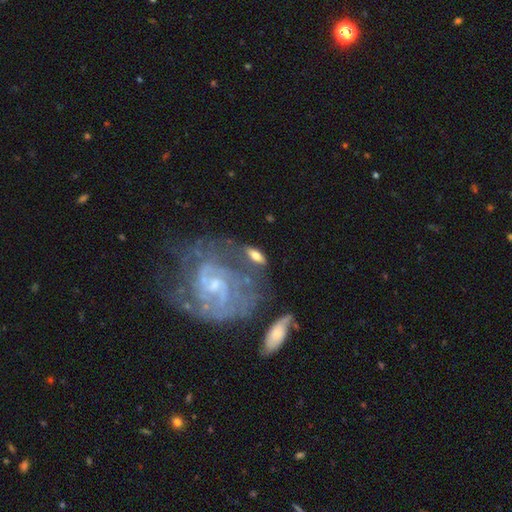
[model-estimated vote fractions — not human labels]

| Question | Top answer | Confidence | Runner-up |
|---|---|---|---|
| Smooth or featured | featured or disk | 50% | smooth (42%) |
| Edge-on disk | no | 73% | yes (27%) |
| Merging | none | 61% | minor disturbance (18%) |